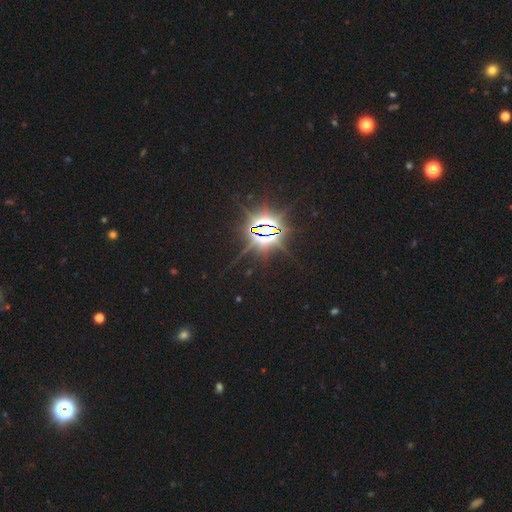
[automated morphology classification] The model was most divided on "smooth or featured": star or artifact: 86%, smooth: 9%, featured or disk: 6%.